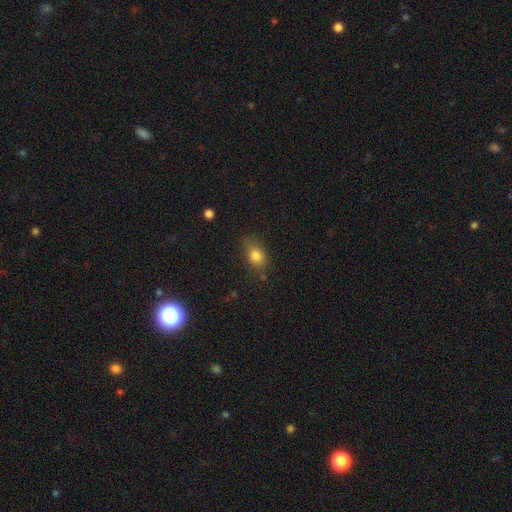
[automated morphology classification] This is likely a smooth galaxy (80%). How rounded: likely in between (71%). Merging: likely none (73%).